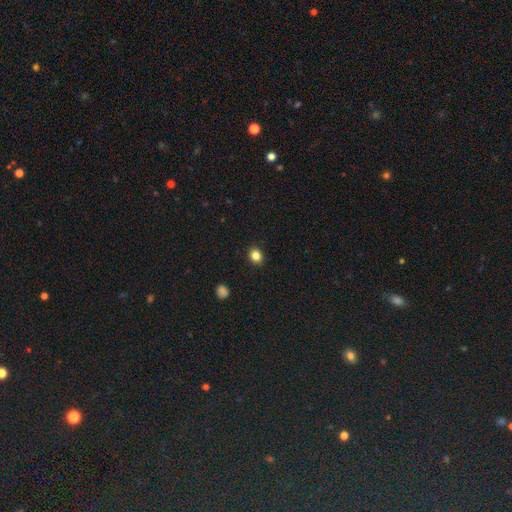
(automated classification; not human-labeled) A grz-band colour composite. It shows a smooth galaxy with no disk features (84%) that is round (66%). Merging: none (90%).